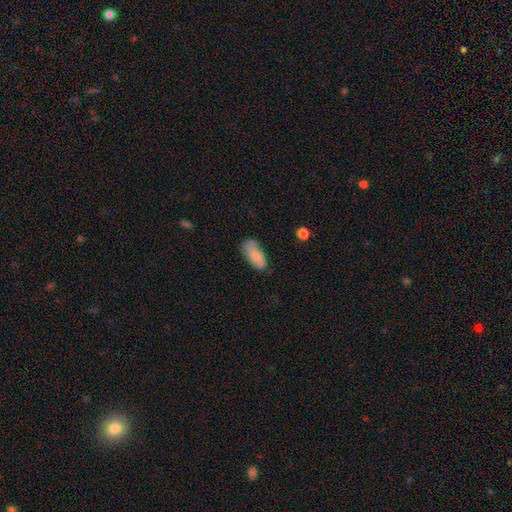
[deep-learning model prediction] Smooth or featured? smooth (80%)
How rounded? in between (87%)
Merging? none (59%)